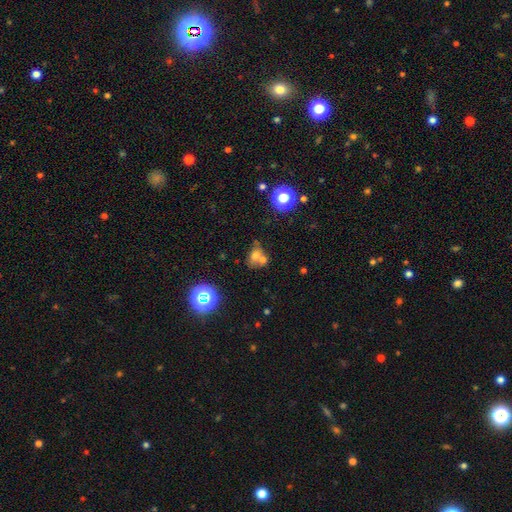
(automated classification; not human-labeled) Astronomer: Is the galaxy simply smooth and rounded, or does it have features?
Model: smooth — 63%.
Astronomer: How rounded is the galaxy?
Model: in between — 52% (runner-up: round, 46%).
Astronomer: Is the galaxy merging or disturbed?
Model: merger — 50% (runner-up: none, 34%).